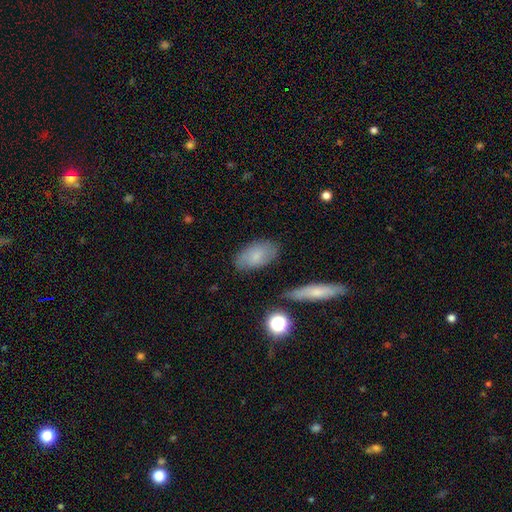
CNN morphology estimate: Overall: smooth (74%). How rounded: in between (92%). Merging: none (77%).